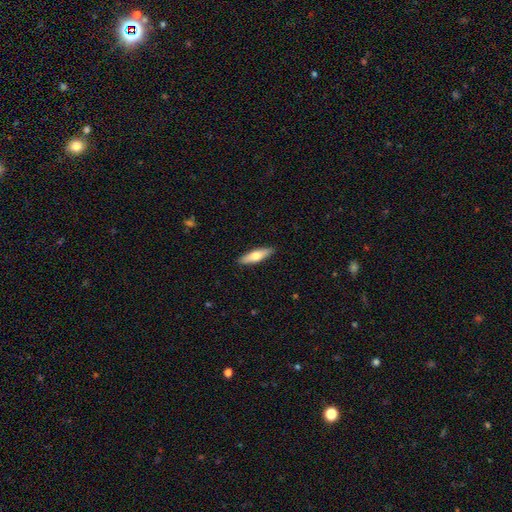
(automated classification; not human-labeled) smooth_or_featured: smooth (p=0.63) [alt: featured or disk p=0.32]
how_rounded: cigar-shaped (p=0.59) [alt: in between p=0.39]
merging: none (p=0.90) [alt: minor disturbance p=0.07]